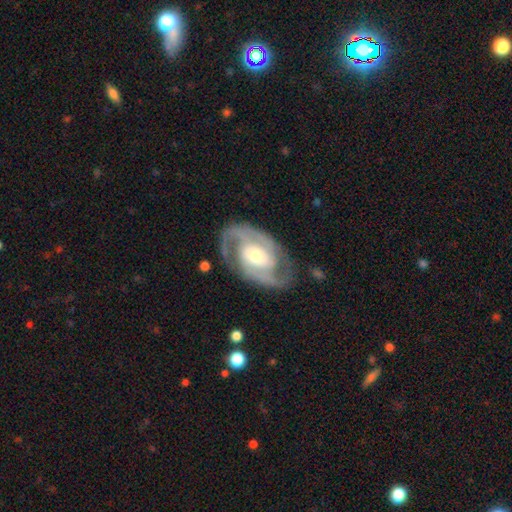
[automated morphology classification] This is clearly a featured or disk galaxy (90%). It is clearly not viewed edge-on (97%). Bar: possibly no (47%). Spiral arm pattern: clearly yes (96%). Spiral arm count: clearly 2 (89%). Spiral winding: possibly medium (50%). Central bulge: likely moderate (61%). Merging: clearly none (81%).